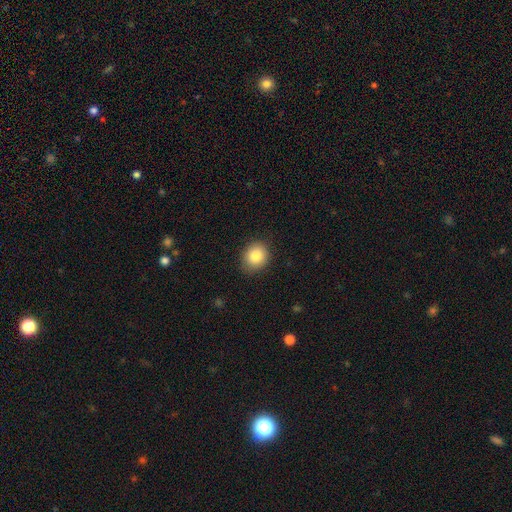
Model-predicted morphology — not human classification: This is clearly a smooth galaxy (83%). How rounded: likely round (69%). Merging: clearly none (86%).